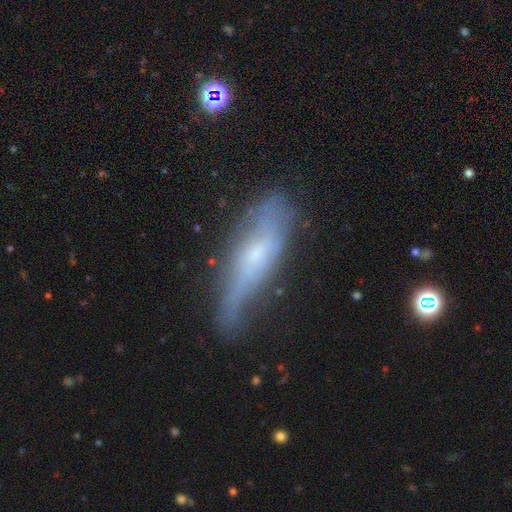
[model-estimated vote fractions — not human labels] smooth_or_featured: featured or disk (p=0.52) [alt: smooth p=0.39]
disk_edge_on: yes (p=0.58) [alt: no p=0.42]
merging: none (p=0.50) [alt: minor disturbance p=0.32]